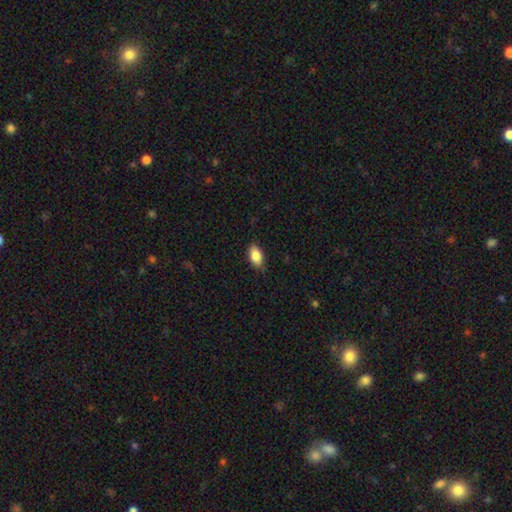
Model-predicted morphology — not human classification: The model was most divided on "merging": none: 83%, minor disturbance: 14%, major disturbance: 2%, merger: 1%. More confident: how rounded — in between (91%); smooth or featured — smooth (86%).